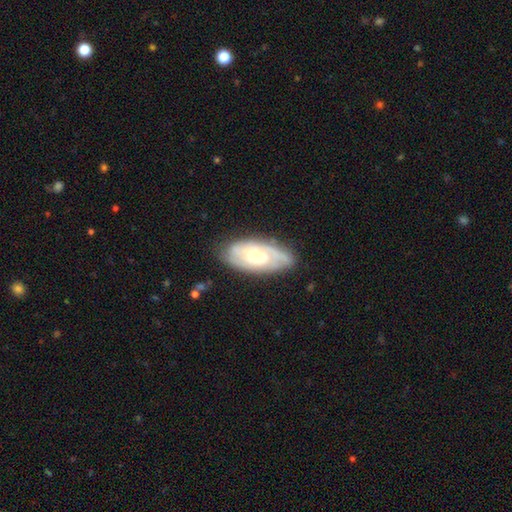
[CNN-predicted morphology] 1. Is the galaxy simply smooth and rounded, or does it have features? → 68% featured or disk, 27% smooth, 5% star or artifact.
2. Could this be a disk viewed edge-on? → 90% no, 10% yes.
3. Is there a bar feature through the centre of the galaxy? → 60% no, 33% weak, 7% strong.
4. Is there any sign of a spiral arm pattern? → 83% yes, 17% no.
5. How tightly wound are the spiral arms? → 56% tight, 33% medium, 11% loose.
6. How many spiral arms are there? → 40% 2, 39% can't tell, 9% 1, 8% 3, 2% 4, 2% more than 4.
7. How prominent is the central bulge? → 58% moderate, 29% small, 9% large, 2% none, 1% dominant.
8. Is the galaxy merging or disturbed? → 73% none, 20% minor disturbance, 6% major disturbance, 2% merger.